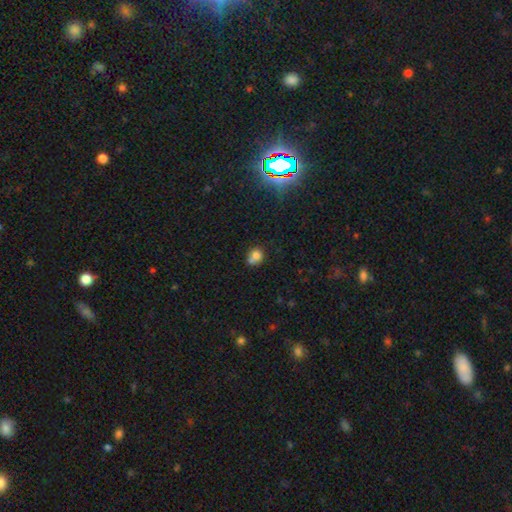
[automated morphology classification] smooth_or_featured: smooth (p=0.75) [alt: star or artifact p=0.12]
how_rounded: round (p=0.69) [alt: in between p=0.30]
merging: none (p=0.41) [alt: merger p=0.40]